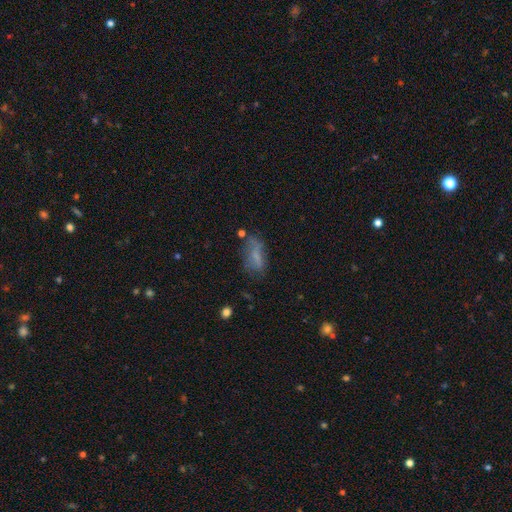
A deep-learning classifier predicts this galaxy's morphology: Overall: smooth (64%; featured or disk 24%). How rounded: in between (74%). Merging: none (50%; minor disturbance 27%).